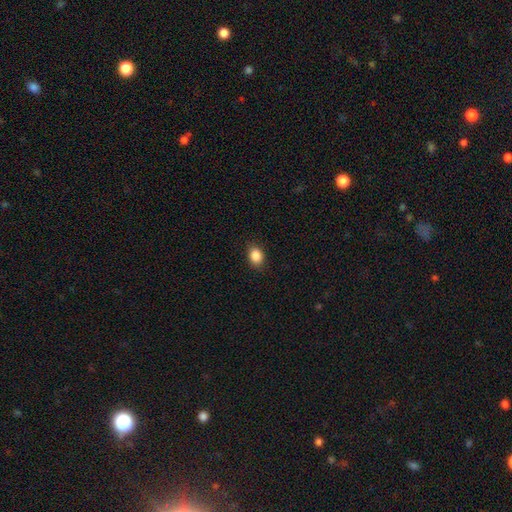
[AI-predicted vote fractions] smooth_or_featured: smooth (p=0.87) [alt: star or artifact p=0.09]
how_rounded: in between (p=0.64) [alt: round p=0.35]
merging: none (p=0.87) [alt: minor disturbance p=0.09]